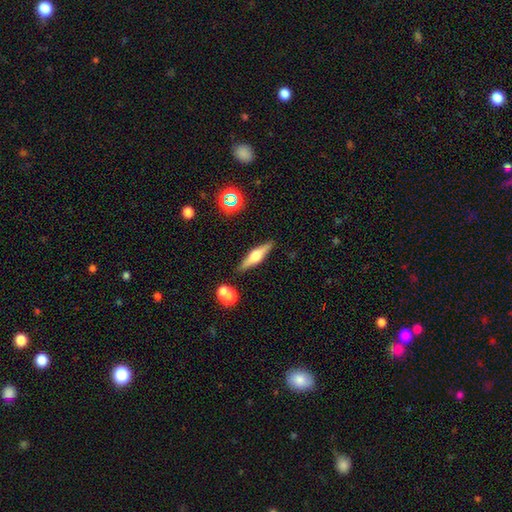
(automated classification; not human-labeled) This is likely a featured or disk galaxy (66%). It is clearly viewed edge-on (96%). Edge-on bulge: clearly rounded (92%). Merging: clearly none (86%).